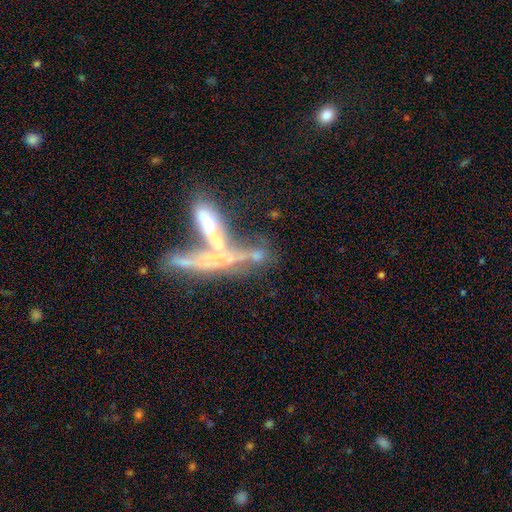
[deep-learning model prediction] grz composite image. It shows a featured or disk galaxy (55%) with not edge-on (50%, tied with yes). Merging: merger (51%).